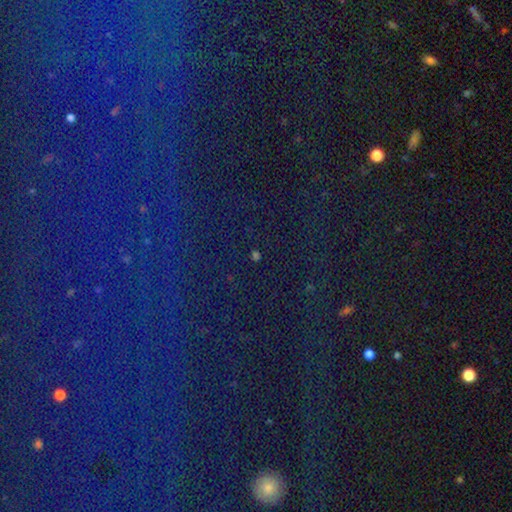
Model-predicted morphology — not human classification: smooth-or-featured: star or artifact: 74% | smooth: 18% | featured or disk: 8%